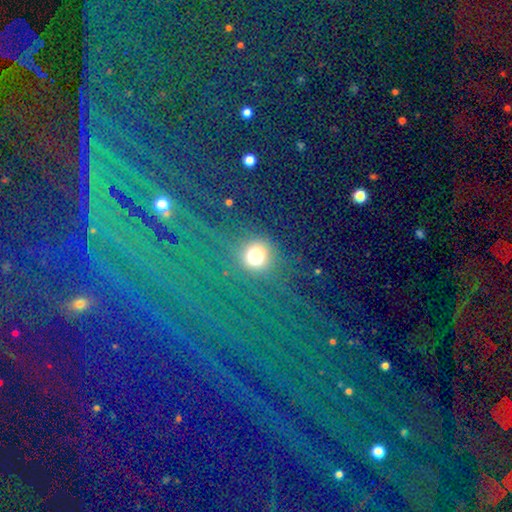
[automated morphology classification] Smooth or featured: smooth — 64% (star or artifact — 27%)
How rounded: round — 83% (in between — 15%)
Merging: none — 72% (minor disturbance — 12%)